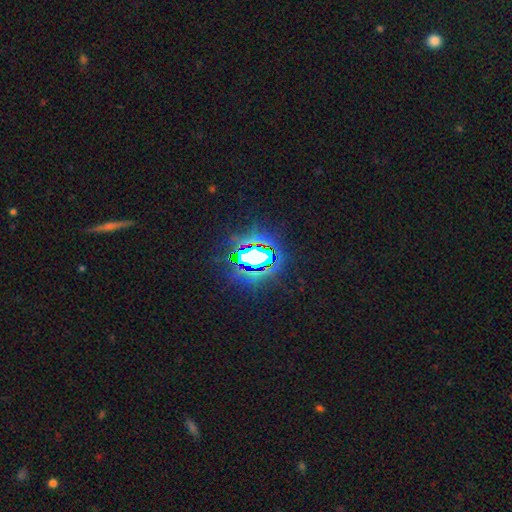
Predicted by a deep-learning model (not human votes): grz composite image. It shows a star or artifact, not a galaxy (74%).